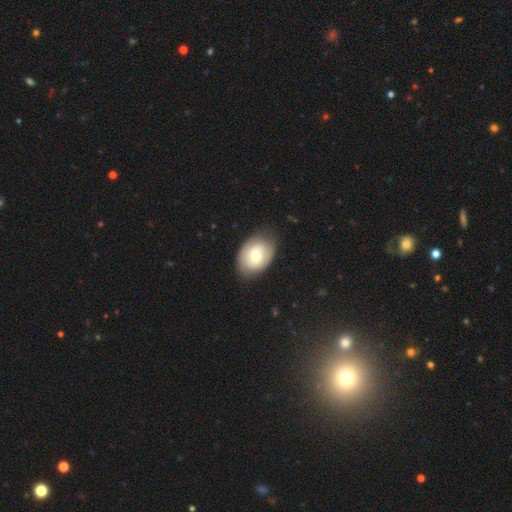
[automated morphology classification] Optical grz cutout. It shows a smooth galaxy with no disk features (62%) that is in between round and cigar-shaped (74%). Merging: none (77%).